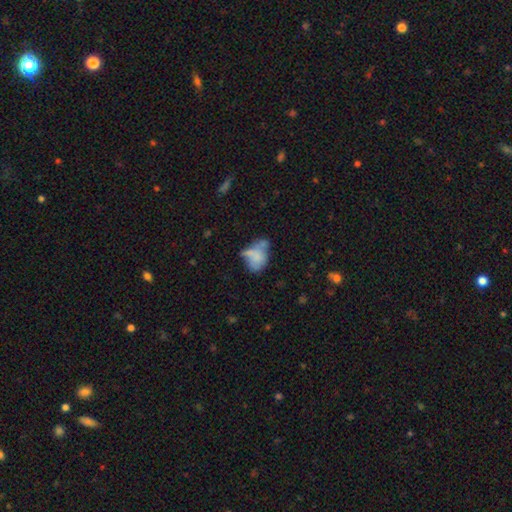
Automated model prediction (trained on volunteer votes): Q: Smooth or featured?
A: smooth (64%); runner-up: featured or disk (26%)
Q: How rounded?
A: in between (77%); runner-up: round (21%)
Q: Merging?
A: merger (31%); runner-up: none (26%)